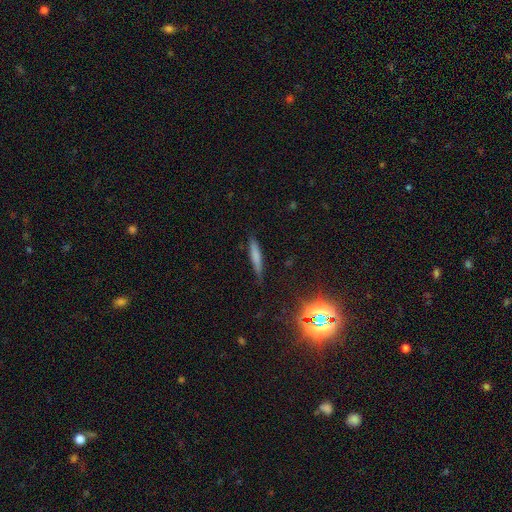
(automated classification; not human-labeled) smooth 70%, featured or disk 20%, star or artifact 10%. Down the decision tree: how rounded — cigar-shaped (89%); merging — none (77%).